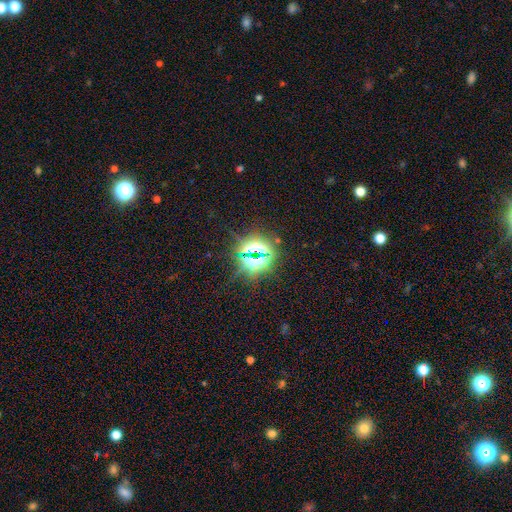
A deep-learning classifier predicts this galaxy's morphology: A star or artifact, not a galaxy (77%).